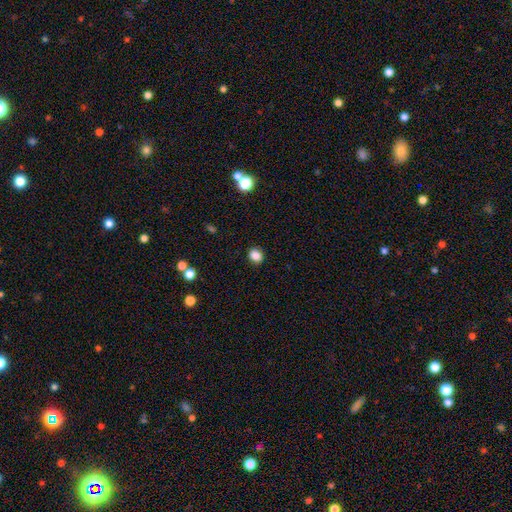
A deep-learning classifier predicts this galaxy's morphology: type=smooth (86%); roundness=round (63%); merging=none (90%).